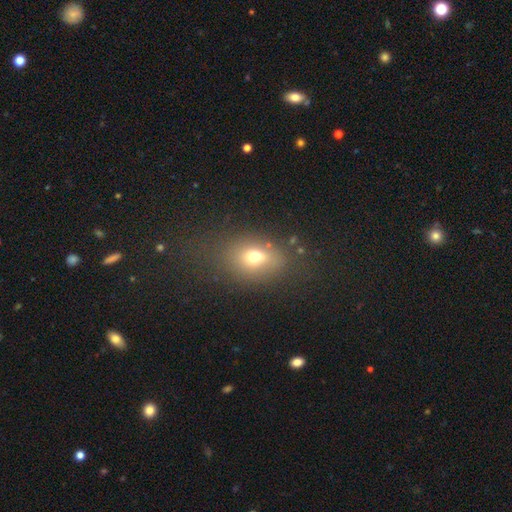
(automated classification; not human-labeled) This is likely a smooth galaxy (70%). How rounded: likely in between (65%). Merging: likely none (66%).